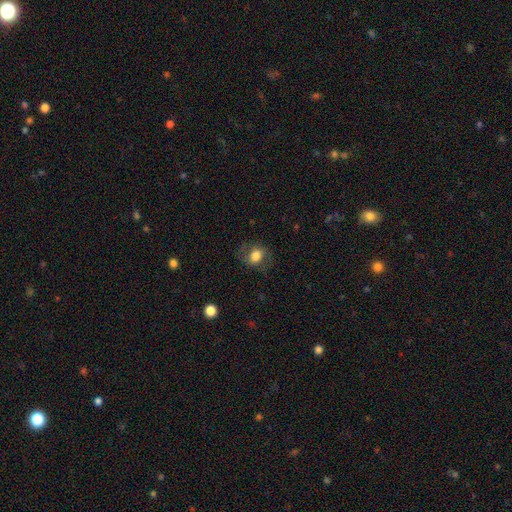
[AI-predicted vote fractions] This is likely a smooth galaxy (70%). How rounded: possibly round (51%). Merging: likely none (72%).